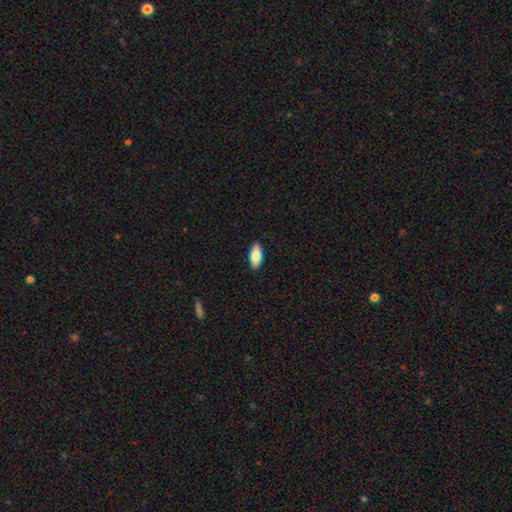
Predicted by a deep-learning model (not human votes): This is clearly a smooth galaxy (80%). How rounded: clearly in between (85%). Merging: clearly none (90%).